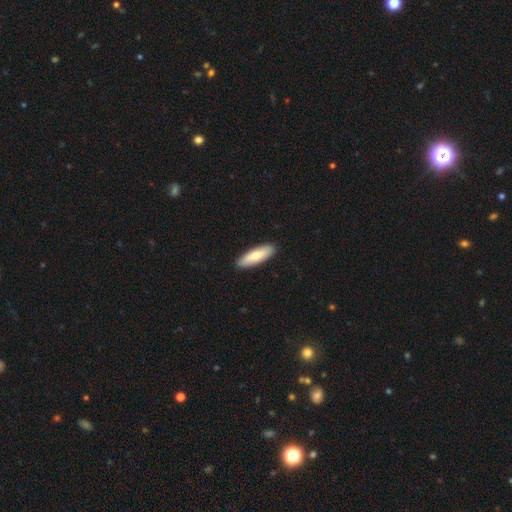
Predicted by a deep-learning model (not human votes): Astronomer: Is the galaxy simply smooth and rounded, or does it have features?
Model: smooth — 71%.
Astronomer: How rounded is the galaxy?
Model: cigar-shaped — 52% (runner-up: in between, 46%).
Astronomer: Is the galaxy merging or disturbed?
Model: none — 90%.